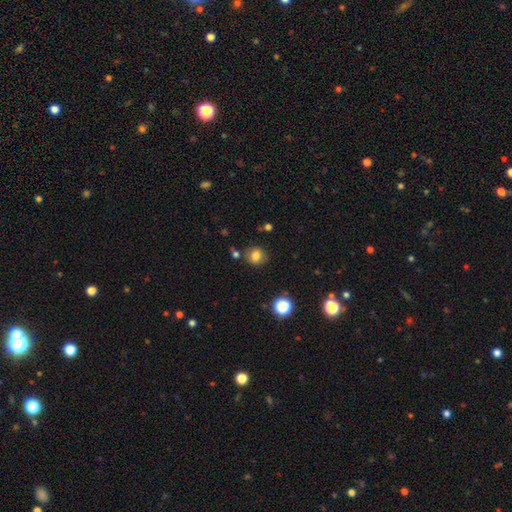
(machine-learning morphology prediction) Q: Smooth or featured?
A: smooth (80%); runner-up: star or artifact (13%)
Q: How rounded?
A: round (83%); runner-up: in between (16%)
Q: Merging?
A: none (81%); runner-up: minor disturbance (11%)